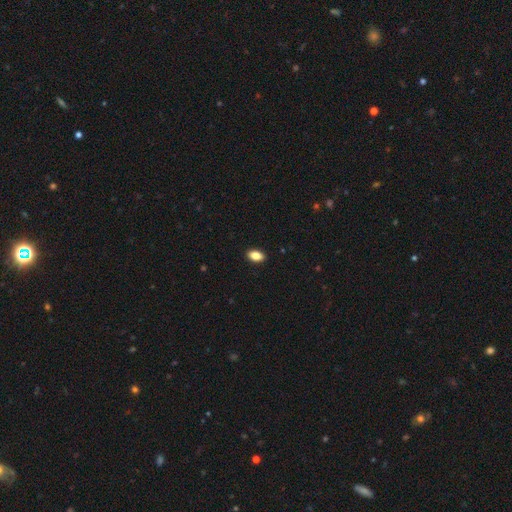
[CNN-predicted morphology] A smooth galaxy with no disk features (85%) that is in between round and cigar-shaped (90%).

Vote fractions:
- Smooth or featured? smooth: 85% / star or artifact: 8% / featured or disk: 7%
- How rounded? in between: 90% / round: 6% / cigar-shaped: 4%
- Merging? none: 90% / minor disturbance: 7% / major disturbance: 2% / merger: 1%